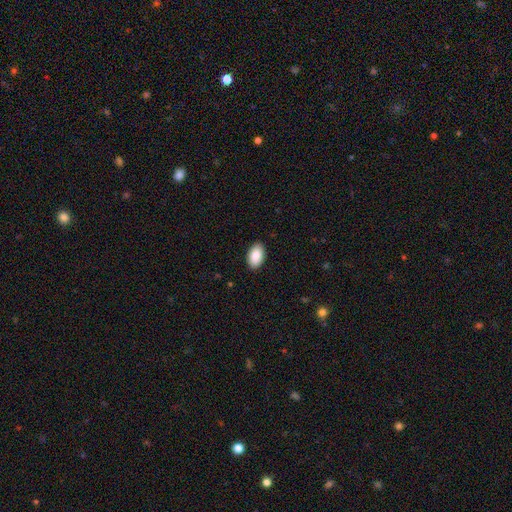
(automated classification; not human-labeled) Q: Smooth or featured?
A: smooth (88%); runner-up: star or artifact (6%)
Q: How rounded?
A: in between (94%); runner-up: round (4%)
Q: Merging?
A: none (89%); runner-up: minor disturbance (8%)